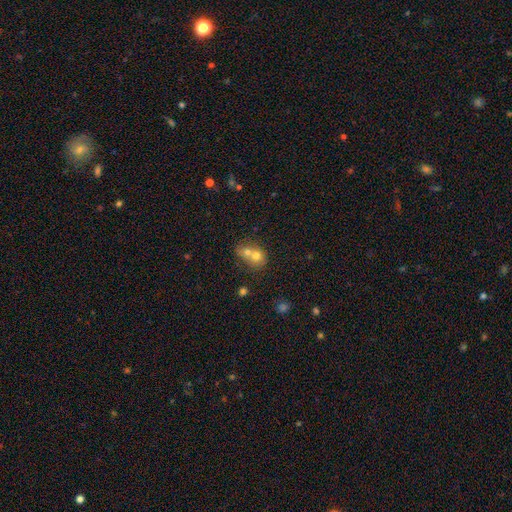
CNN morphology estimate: smooth-or-featured: smooth: 68% | featured or disk: 20% | star or artifact: 11%
  how-rounded: round: 67% | in between: 32% | cigar-shaped: 1%
  merging: merger: 69% | none: 22% | minor disturbance: 6% | major disturbance: 3%